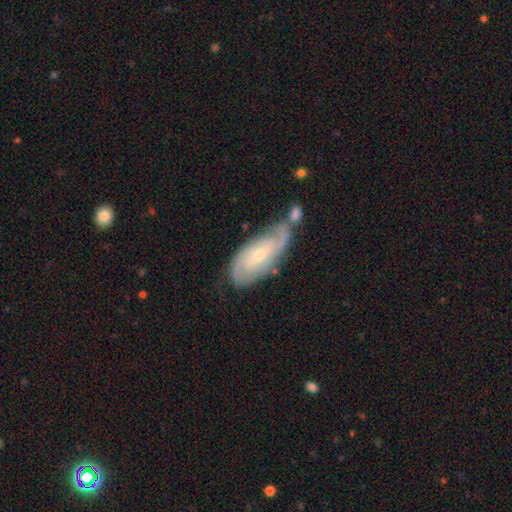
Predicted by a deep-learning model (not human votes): A featured or disk galaxy (75%) with no bar (62%), 2 (45%) tight (59%) spiral arms (93%) and a small central bulge (62%). Merging: none (55%).